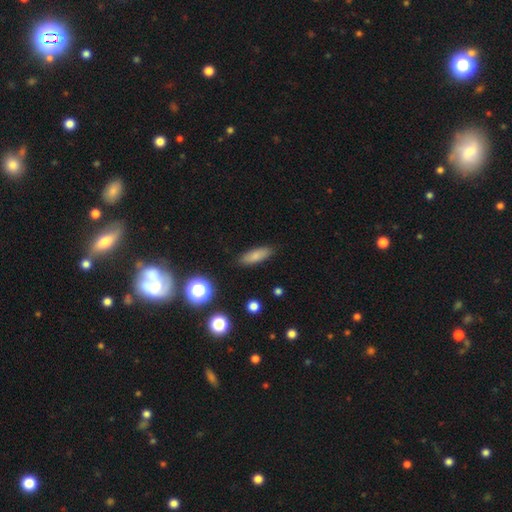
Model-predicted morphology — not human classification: This is likely a smooth galaxy (80%). How rounded: possibly in between (55%). Merging: clearly none (87%).